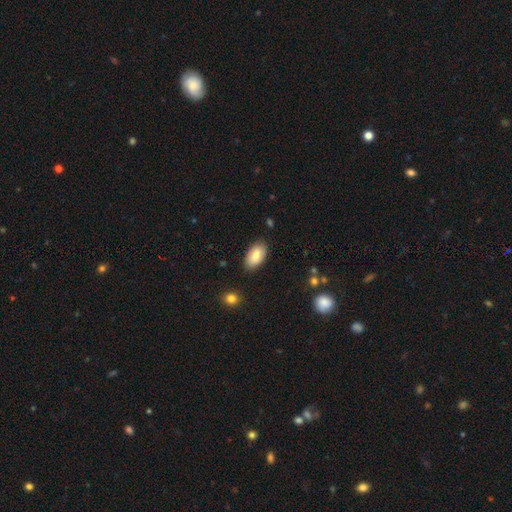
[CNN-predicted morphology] Smooth or featured? Predicted: smooth (p=0.82). How rounded? Predicted: in between (p=0.94). Merging? Predicted: none (p=0.85).